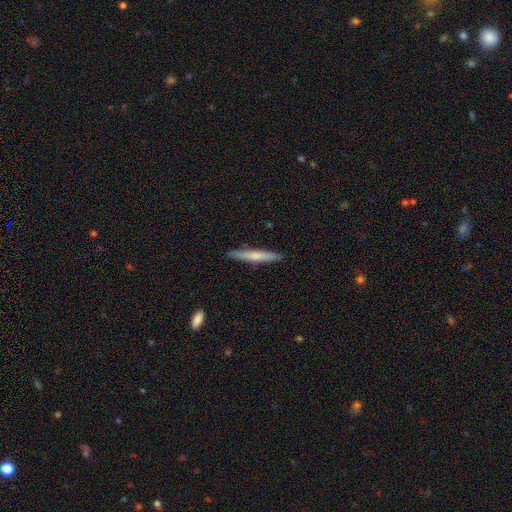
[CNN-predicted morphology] type=smooth (60%); roundness=cigar-shaped (95%); merging=none (91%).